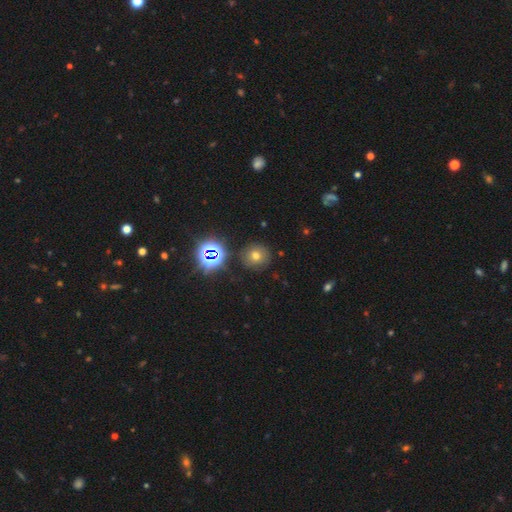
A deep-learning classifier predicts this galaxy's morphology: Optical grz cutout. It shows a smooth galaxy with no disk features (63%) that is round (89%). Merging: none (84%).